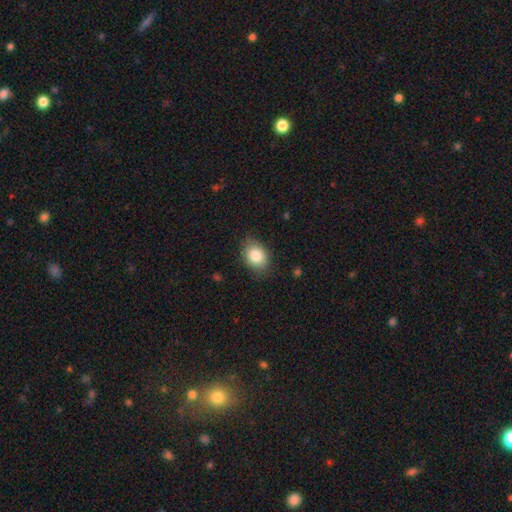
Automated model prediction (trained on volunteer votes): Smooth or featured: smooth — 83% (featured or disk — 9%)
How rounded: in between — 71% (round — 28%)
Merging: none — 79% (minor disturbance — 16%)